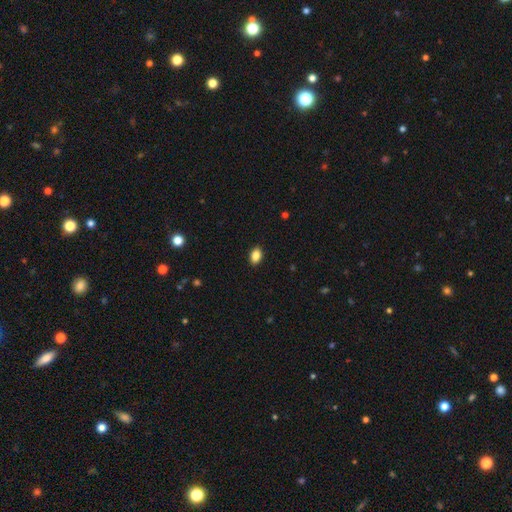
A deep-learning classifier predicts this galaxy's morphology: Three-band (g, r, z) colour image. It shows a smooth galaxy with no disk features (87%) that is in between round and cigar-shaped (86%). Merging: none (89%).